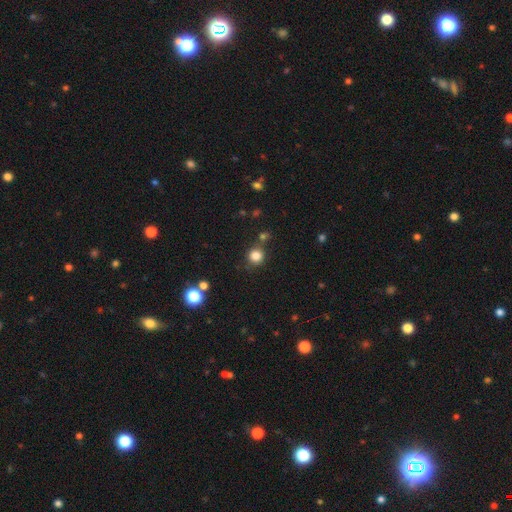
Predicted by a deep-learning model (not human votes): This is clearly a smooth galaxy (82%). How rounded: clearly round (92%). Merging: likely none (77%).